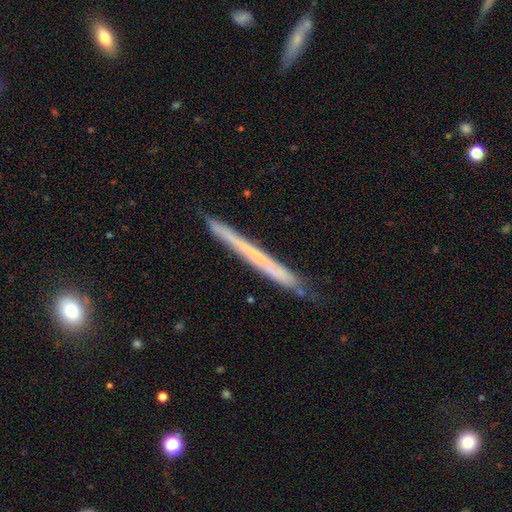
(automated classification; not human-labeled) Morphology: type=featured or disk (49%); merging=none (86%).